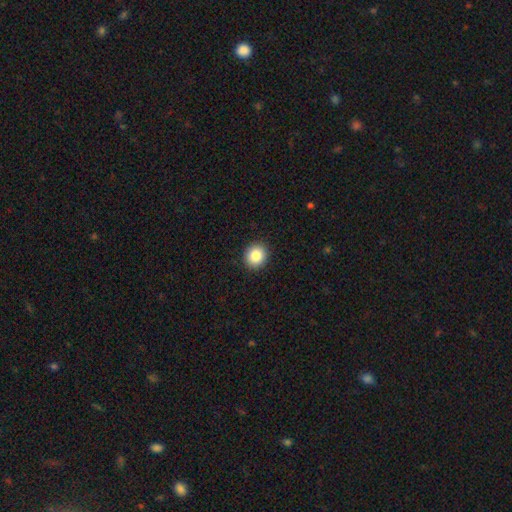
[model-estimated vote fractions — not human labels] Morphology: type=smooth (85%); roundness=round (81%); merging=none (92%).